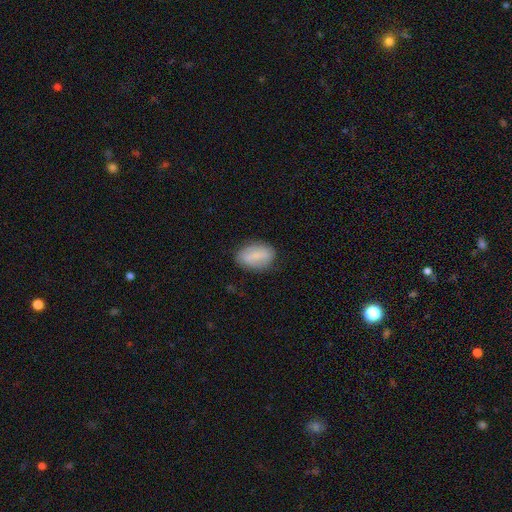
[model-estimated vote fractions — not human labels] smooth-or-featured: smooth: 61% | featured or disk: 31% | star or artifact: 8%
  how-rounded: in between: 85% | round: 13% | cigar-shaped: 2%
  merging: none: 77% | minor disturbance: 17% | major disturbance: 4% | merger: 1%